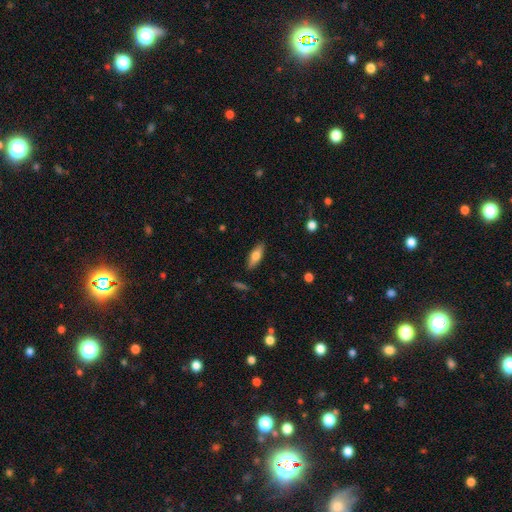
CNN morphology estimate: The model was most divided on "how rounded": in between: 57%, cigar-shaped: 40%, round: 3%. More confident: merging — none (87%); smooth or featured — smooth (65%).